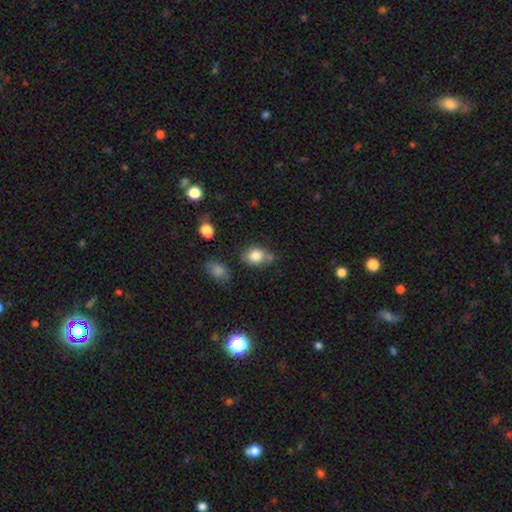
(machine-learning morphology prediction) A smooth galaxy with no disk features (81%) that is in between round and cigar-shaped (55%).

Vote fractions:
- Smooth or featured? smooth: 81% / star or artifact: 10% / featured or disk: 9%
- How rounded? in between: 55% / round: 43% / cigar-shaped: 1%
- Merging? none: 58% / minor disturbance: 23% / merger: 13% / major disturbance: 6%